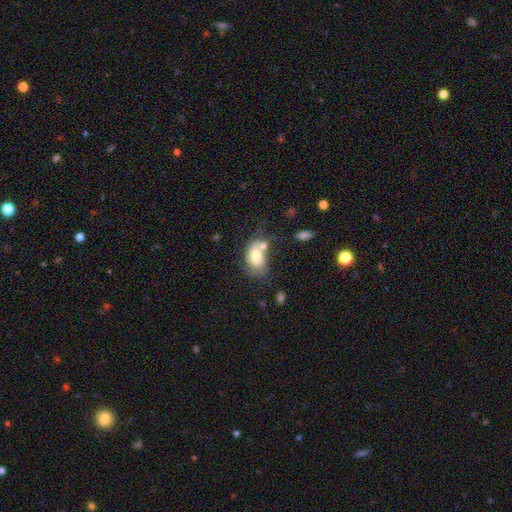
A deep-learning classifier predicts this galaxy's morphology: smooth_or_featured: smooth (p=0.70) [alt: featured or disk p=0.22]
how_rounded: in between (p=0.84) [alt: round p=0.15]
merging: merger (p=0.39) [alt: none p=0.28]